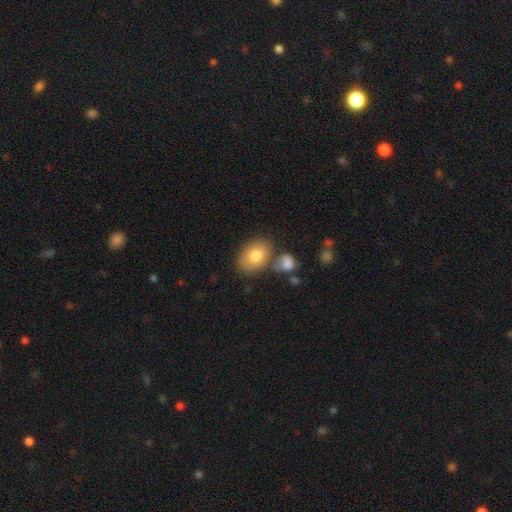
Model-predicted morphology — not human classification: This is likely a smooth galaxy (78%). How rounded: likely in between (78%). Merging: likely none (66%).